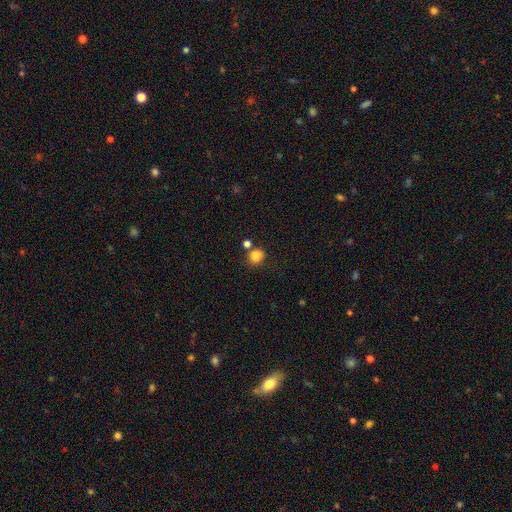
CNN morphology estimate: smooth_or_featured: smooth (p=0.83) [alt: star or artifact p=0.11]
how_rounded: round (p=0.79) [alt: in between p=0.20]
merging: none (p=0.67) [alt: merger p=0.16]